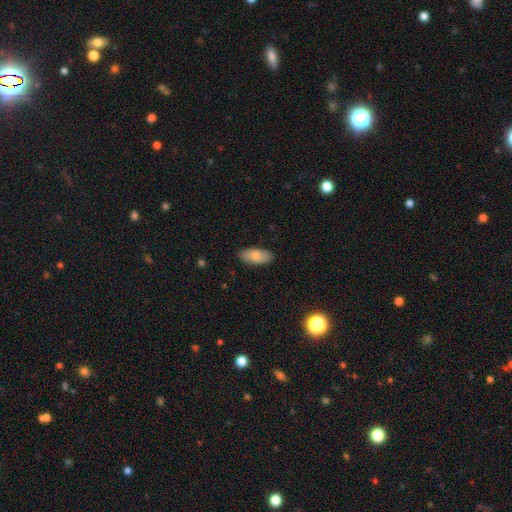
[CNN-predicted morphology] Smooth or featured? Predicted: smooth (p=0.83). How rounded? Predicted: in between (p=0.89). Merging? Predicted: none (p=0.86).